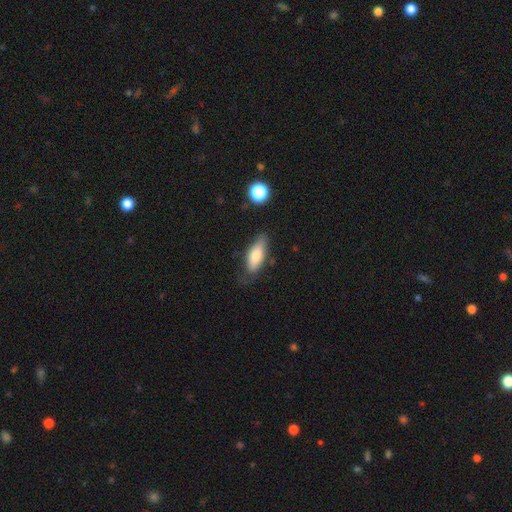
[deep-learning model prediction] smooth-or-featured: smooth: 75% | featured or disk: 18% | star or artifact: 7%
  how-rounded: in between: 71% | cigar-shaped: 27% | round: 3%
  merging: none: 66% | minor disturbance: 25% | major disturbance: 6% | merger: 3%